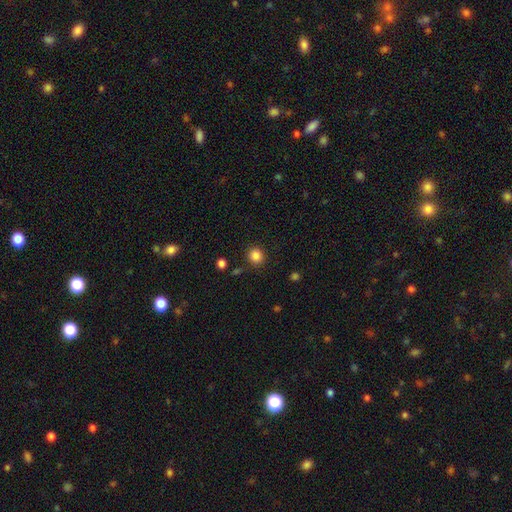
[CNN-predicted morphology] The model was most divided on "how rounded": round: 85%, in between: 14%, cigar-shaped: 1%. More confident: merging — none (86%); smooth or featured — smooth (86%).